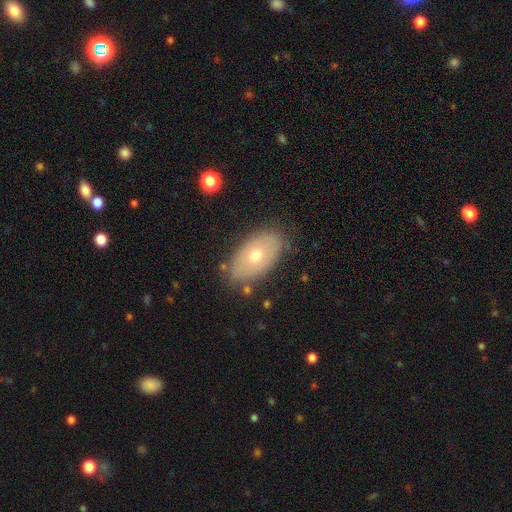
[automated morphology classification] This appears to be a smooth galaxy with no disk features (59%) that is in between round and cigar-shaped (92%). Merging: none (80%).